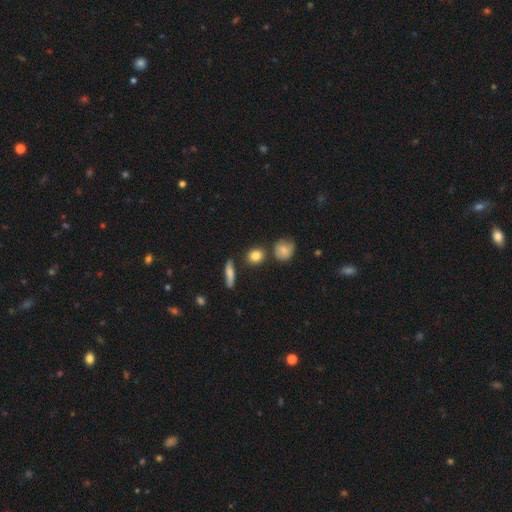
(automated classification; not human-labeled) smooth_or_featured: smooth (p=0.83) [alt: star or artifact p=0.09]
how_rounded: round (p=0.70) [alt: in between p=0.26]
merging: none (p=0.78) [alt: minor disturbance p=0.11]